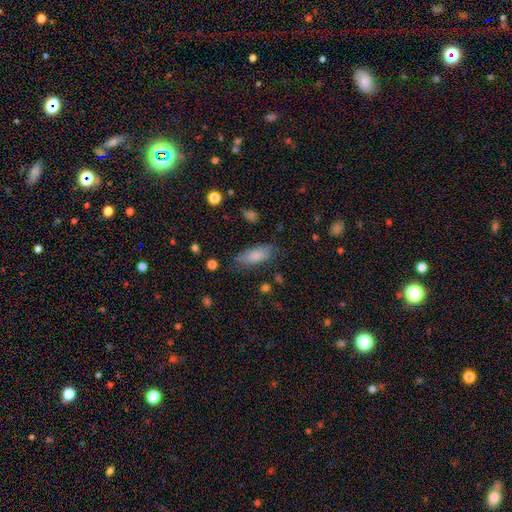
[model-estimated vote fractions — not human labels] smooth-or-featured: smooth: 81% | featured or disk: 12% | star or artifact: 7%
  how-rounded: in between: 80% | cigar-shaped: 18% | round: 2%
  merging: none: 74% | minor disturbance: 19% | major disturbance: 5% | merger: 2%